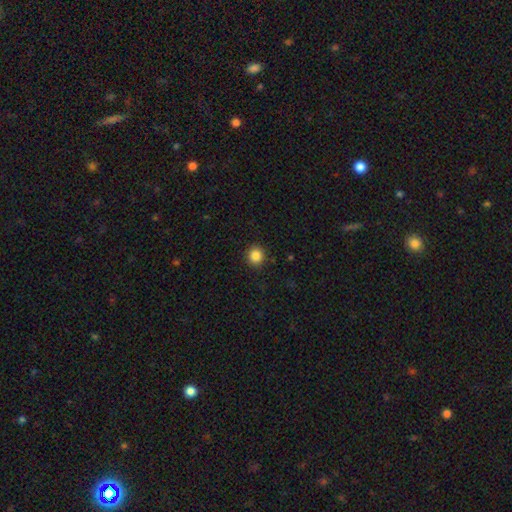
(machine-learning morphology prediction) type=smooth (86%); roundness=round (92%); merging=none (92%).